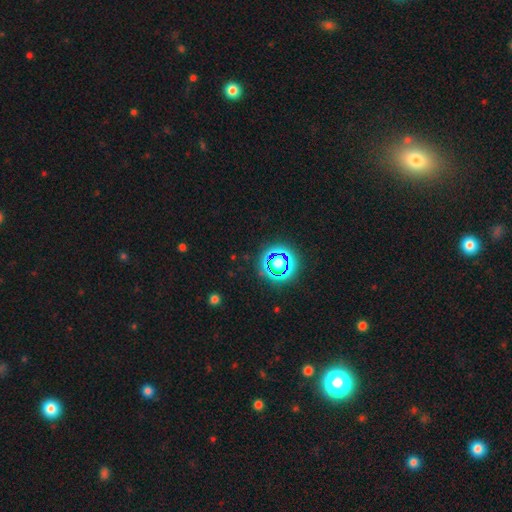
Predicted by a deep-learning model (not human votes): This is likely a star or artifact rather than a galaxy (75%).